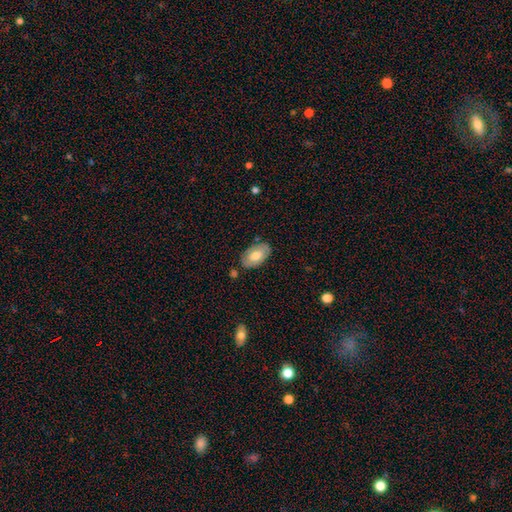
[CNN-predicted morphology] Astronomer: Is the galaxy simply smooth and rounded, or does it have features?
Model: smooth — 68%.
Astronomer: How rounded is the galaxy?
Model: in between — 94%.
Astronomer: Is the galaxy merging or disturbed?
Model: none — 78%.